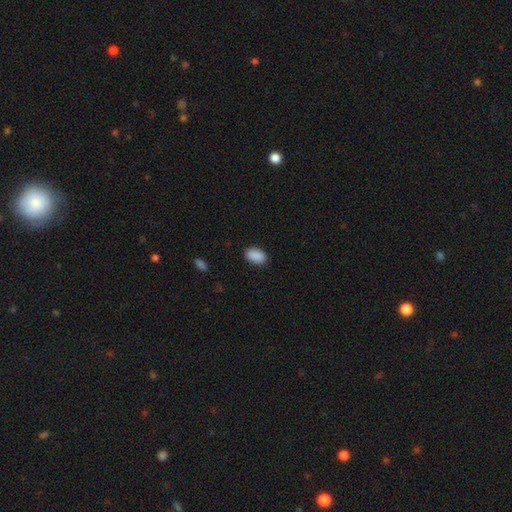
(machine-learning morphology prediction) A smooth galaxy with no disk features (90%) that is in between round and cigar-shaped (90%). Merging: none (87%).